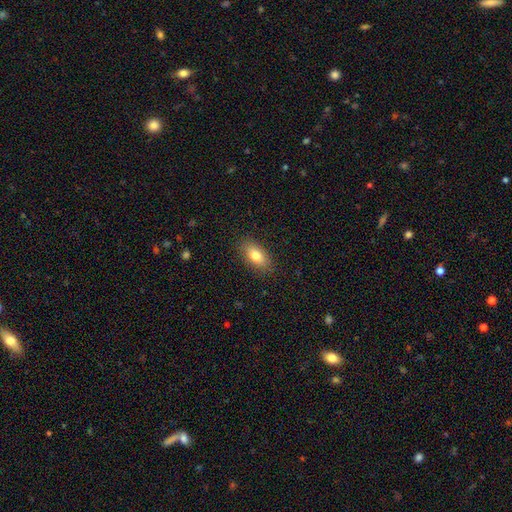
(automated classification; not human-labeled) This is likely a smooth galaxy (79%). How rounded: clearly in between (87%). Merging: clearly none (87%).